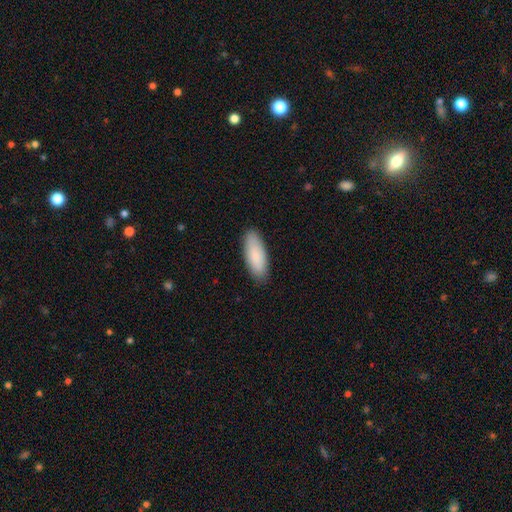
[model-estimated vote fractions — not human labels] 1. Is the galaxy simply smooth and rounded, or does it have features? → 87% smooth, 8% featured or disk, 5% star or artifact.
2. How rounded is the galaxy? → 69% in between, 30% cigar-shaped, 2% round.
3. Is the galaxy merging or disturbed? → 87% none, 10% minor disturbance, 2% major disturbance, 1% merger.